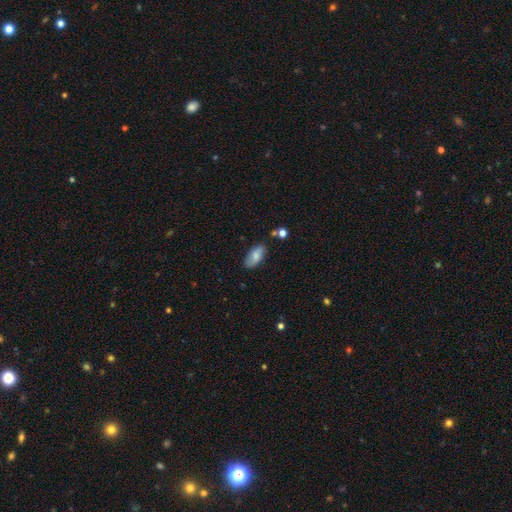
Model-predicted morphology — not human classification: The model was most divided on "smooth or featured": smooth: 71%, featured or disk: 22%, star or artifact: 7%. More confident: how rounded — in between (88%); merging — none (78%).